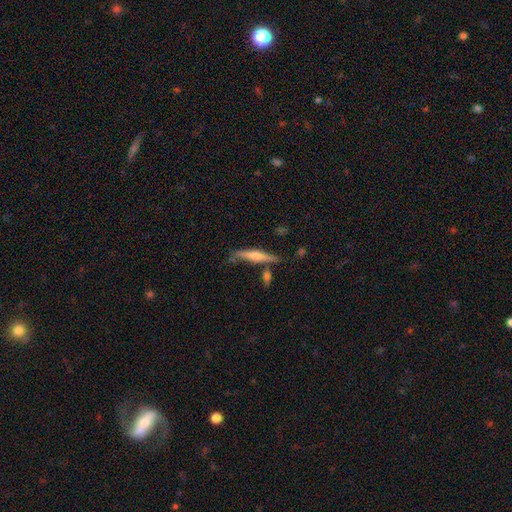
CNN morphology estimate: Q: Smooth or featured?
A: featured or disk (58%); runner-up: smooth (36%)
Q: Edge-on disk?
A: yes (95%); runner-up: no (5%)
Q: Edge-on bulge?
A: rounded (80%); runner-up: none (11%)
Q: Merging?
A: none (71%); runner-up: minor disturbance (16%)